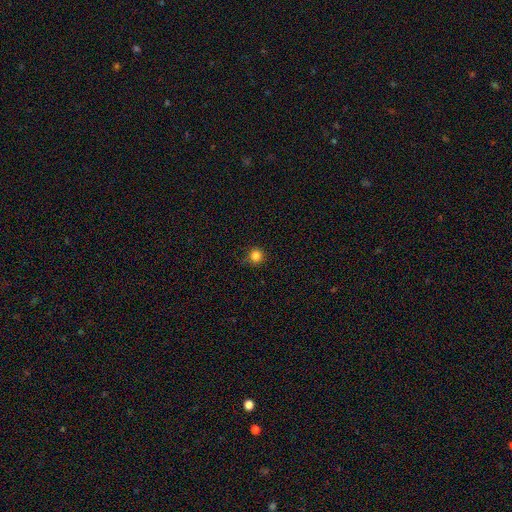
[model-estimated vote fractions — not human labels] Smooth or featured? Predicted: smooth (p=0.84). How rounded? Predicted: round (p=0.94). Merging? Predicted: none (p=0.83).